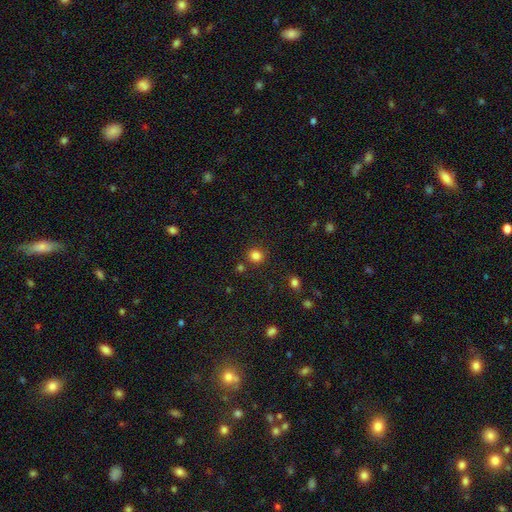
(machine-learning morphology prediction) The model was most divided on "smooth or featured": smooth: 83%, star or artifact: 13%, featured or disk: 4%. More confident: how rounded — round (86%); merging — none (85%).